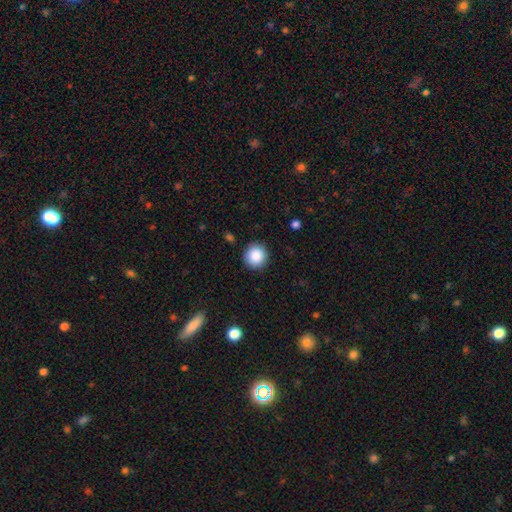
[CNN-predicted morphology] Q: Smooth or featured?
A: smooth (88%); runner-up: star or artifact (8%)
Q: How rounded?
A: round (95%); runner-up: in between (4%)
Q: Merging?
A: none (90%); runner-up: minor disturbance (7%)